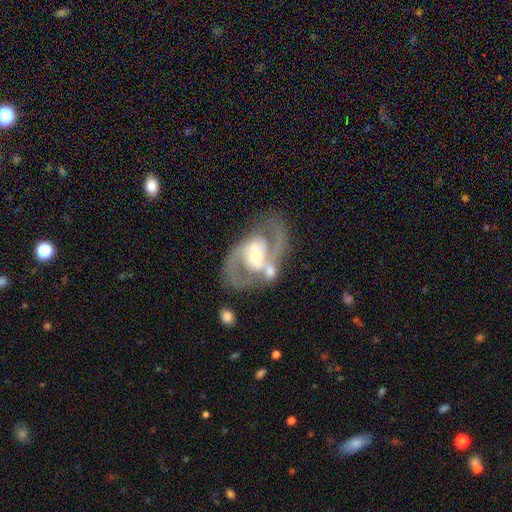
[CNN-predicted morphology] type=featured or disk (87%); edge-on=no (96%); bar=weak (40%); spiral arms=yes (92%); winding=medium (57%); arm count=2 (87%); bulge=moderate (59%); merging=none (61%).